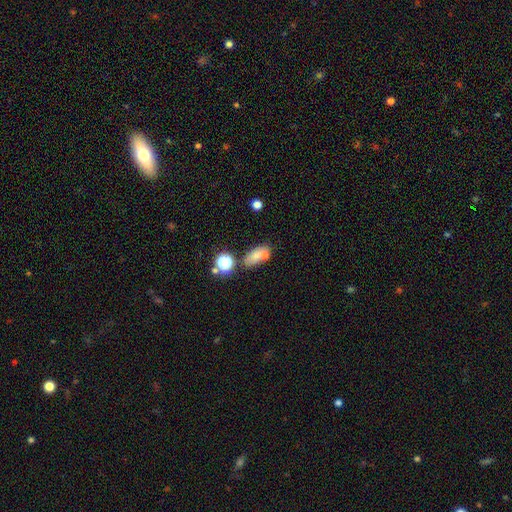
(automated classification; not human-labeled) Overall: smooth (67%). How rounded: in between (75%). Merging: none (54%; merger 24%).